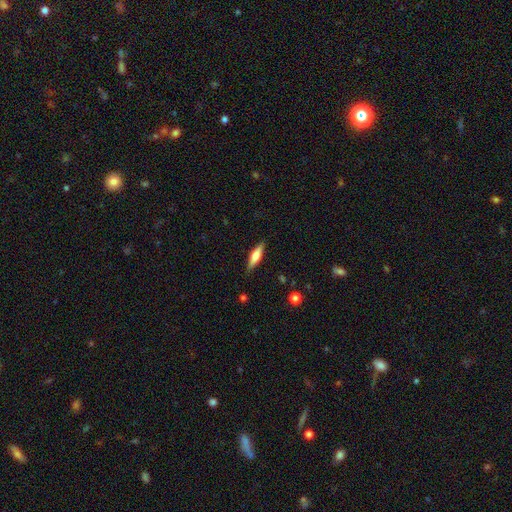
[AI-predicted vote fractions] Q: Smooth or featured?
A: smooth (59%); runner-up: featured or disk (35%)
Q: How rounded?
A: cigar-shaped (64%); runner-up: in between (34%)
Q: Merging?
A: none (86%); runner-up: minor disturbance (11%)